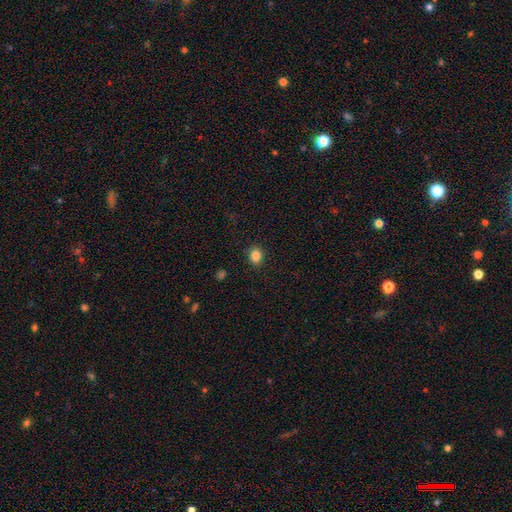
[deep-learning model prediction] Smooth or featured? Predicted: smooth (p=0.84). How rounded? Predicted: round (p=0.57). Merging? Predicted: none (p=0.90).